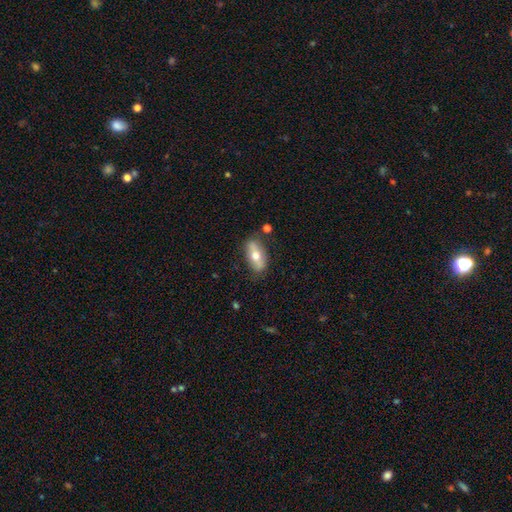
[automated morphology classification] This appears to be a smooth galaxy with no disk features (53%) that is in between round and cigar-shaped (83%). Merging: none (78%).